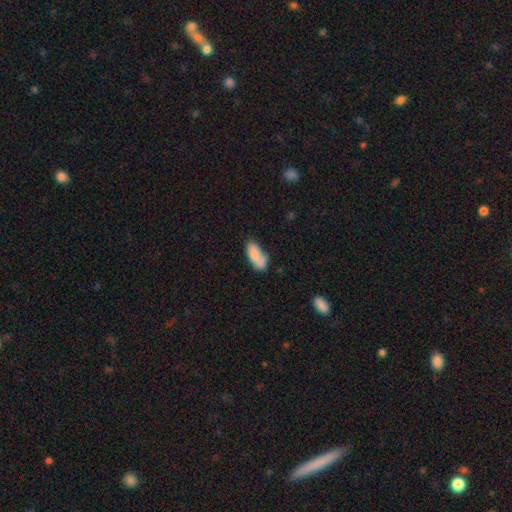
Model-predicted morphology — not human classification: A smooth galaxy with no disk features (81%) that is in between round and cigar-shaped (84%). Merging: none (49%).